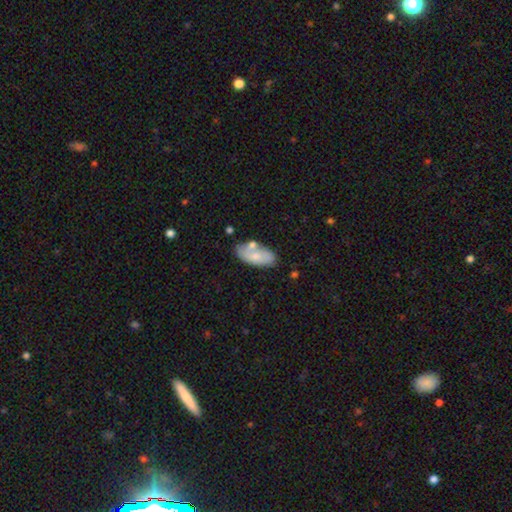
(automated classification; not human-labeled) Smooth or featured? Predicted: smooth (p=0.67). How rounded? Predicted: in between (p=0.91). Merging? Predicted: none (p=0.59).